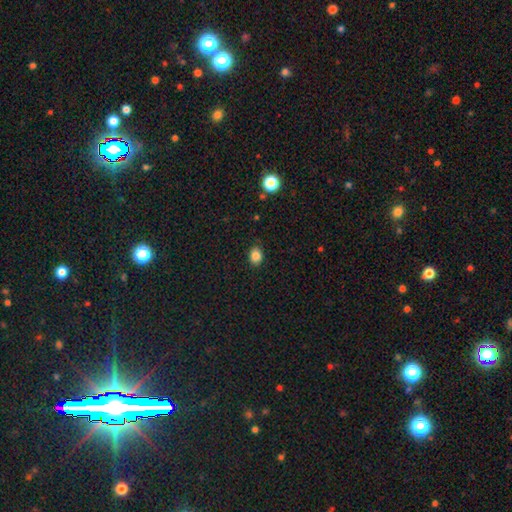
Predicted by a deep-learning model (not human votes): This is clearly a smooth galaxy (85%). How rounded: possibly in between (59%). Merging: clearly none (87%).